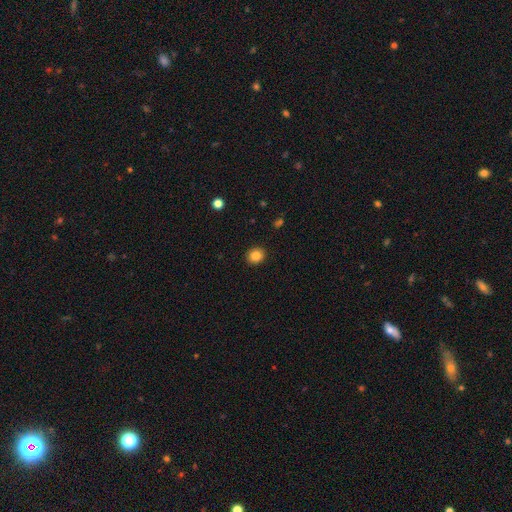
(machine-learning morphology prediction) This appears to be a smooth galaxy with no disk features (85%) that is round (76%). Merging: none (91%).